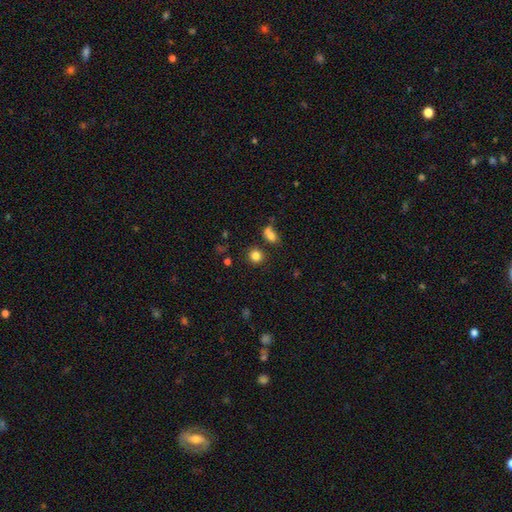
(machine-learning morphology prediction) Smooth or featured?
  - smooth: 81% *
  - star or artifact: 13%
  - featured or disk: 6%
How rounded?
  - round: 88% *
  - in between: 11%
  - cigar-shaped: 1%
Merging?
  - none: 78% *
  - merger: 10%
  - minor disturbance: 9%
  - major disturbance: 4%